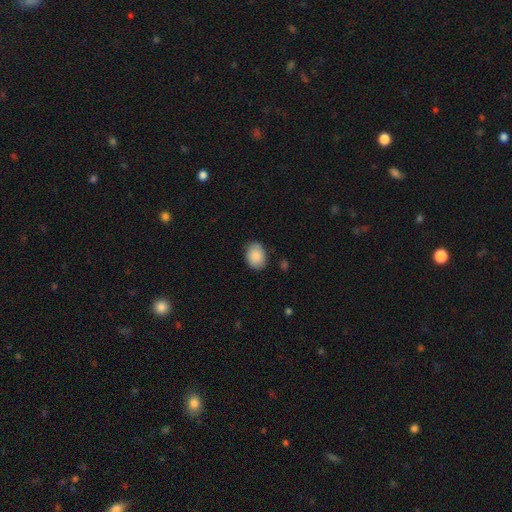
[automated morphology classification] Smooth or featured? smooth (88%)
How rounded? in between (69%)
Merging? none (82%)